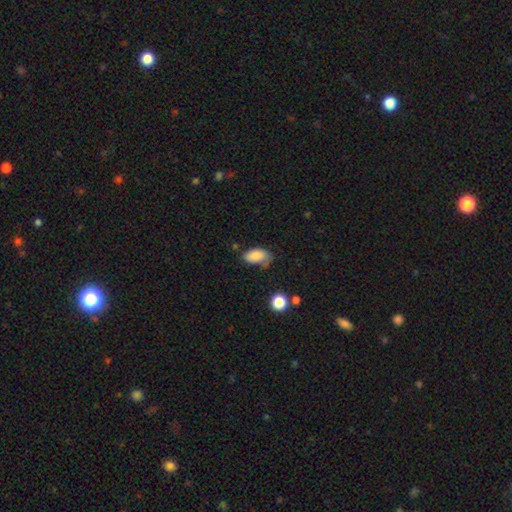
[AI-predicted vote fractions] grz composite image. It shows a smooth galaxy with no disk features (83%) that is in between round and cigar-shaped (93%). Merging: none (53%).